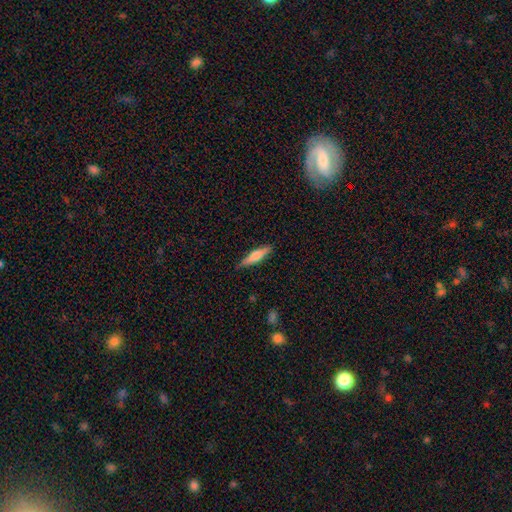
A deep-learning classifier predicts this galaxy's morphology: Q: Smooth or featured?
A: smooth (60%); runner-up: featured or disk (34%)
Q: How rounded?
A: cigar-shaped (80%); runner-up: in between (18%)
Q: Merging?
A: none (86%); runner-up: minor disturbance (10%)